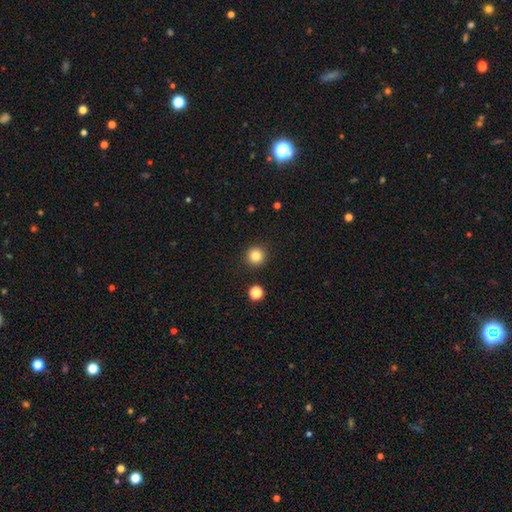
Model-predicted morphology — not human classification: Q: Smooth or featured?
A: smooth (83%); runner-up: star or artifact (12%)
Q: How rounded?
A: round (95%); runner-up: in between (4%)
Q: Merging?
A: none (91%); runner-up: minor disturbance (5%)